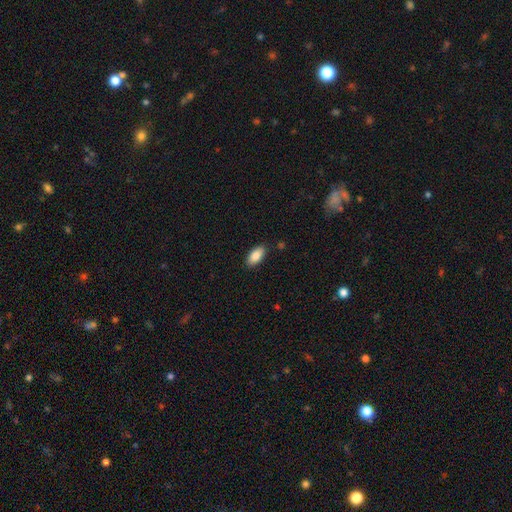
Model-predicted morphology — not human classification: type=smooth (86%); roundness=in between (91%); merging=none (85%).